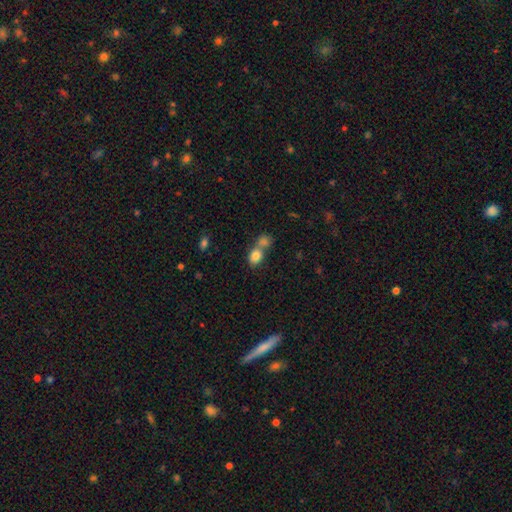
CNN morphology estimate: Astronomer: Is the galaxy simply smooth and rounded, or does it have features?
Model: smooth — 82%.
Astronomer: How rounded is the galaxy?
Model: in between — 62%.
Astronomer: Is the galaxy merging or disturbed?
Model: merger — 54% (runner-up: none, 34%).